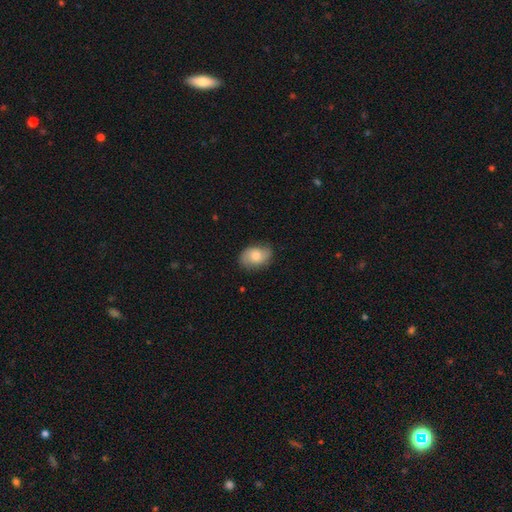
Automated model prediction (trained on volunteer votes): Smooth or featured? smooth (63%)
How rounded? in between (77%)
Merging? none (74%)